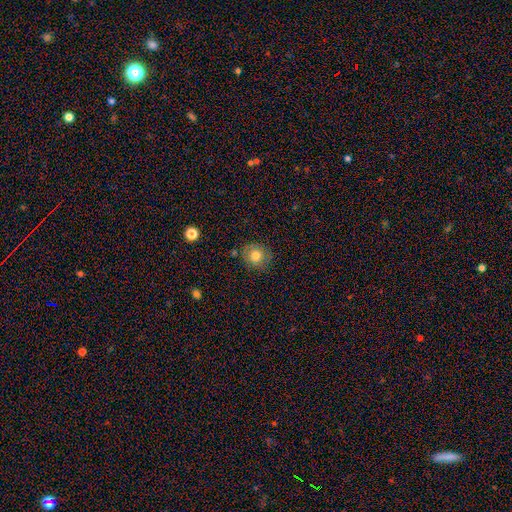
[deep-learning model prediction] Smooth or featured?
  - smooth: 74% *
  - featured or disk: 15%
  - star or artifact: 11%
How rounded?
  - round: 85% *
  - in between: 14%
  - cigar-shaped: 1%
Merging?
  - none: 79% *
  - minor disturbance: 15%
  - major disturbance: 4%
  - merger: 3%